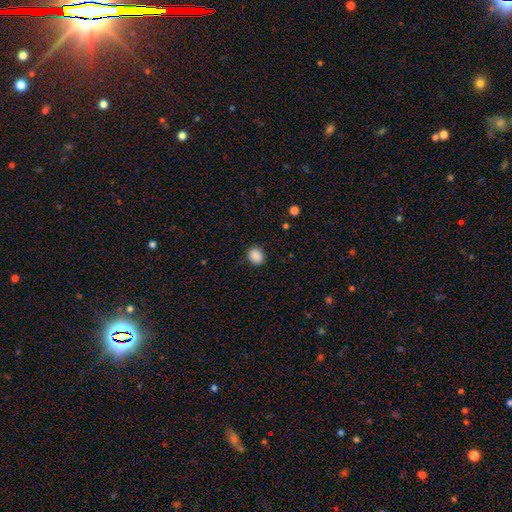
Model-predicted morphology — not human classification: smooth-or-featured: smooth: 89% | star or artifact: 9% | featured or disk: 2%
  how-rounded: round: 54% | in between: 45% | cigar-shaped: 1%
  merging: none: 87% | minor disturbance: 9% | major disturbance: 2% | merger: 1%